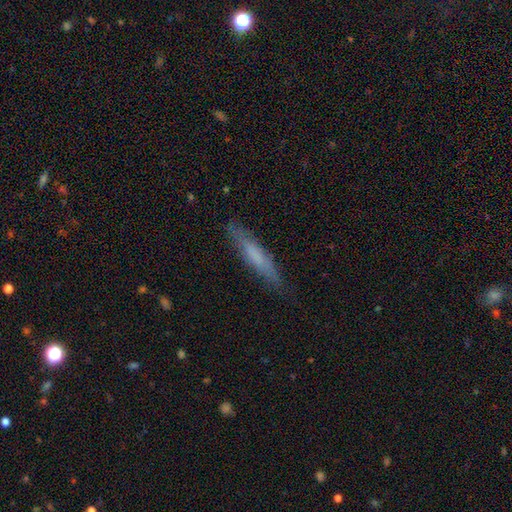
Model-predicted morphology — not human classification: A smooth galaxy with no disk features (60%) that is cigar-shaped (89%). Merging: none (84%).